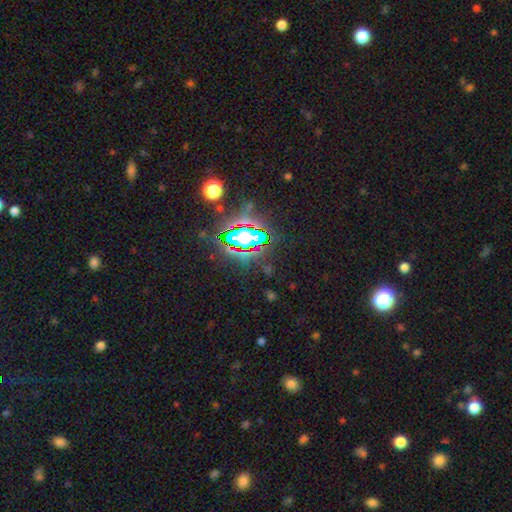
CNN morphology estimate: smooth_or_featured: star or artifact (p=0.83) [alt: smooth p=0.10]